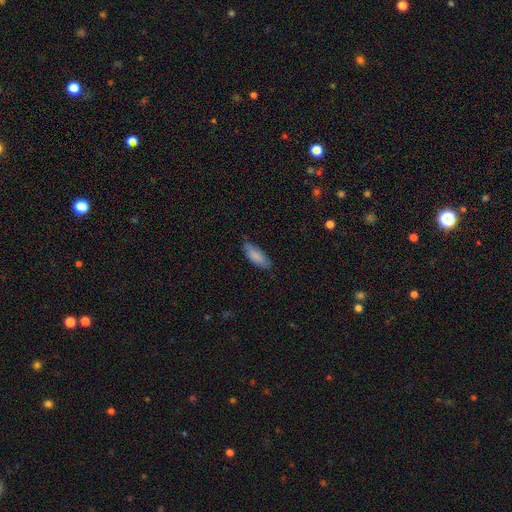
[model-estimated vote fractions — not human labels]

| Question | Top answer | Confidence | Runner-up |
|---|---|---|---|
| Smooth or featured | smooth | 86% | featured or disk (8%) |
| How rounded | in between | 72% | cigar-shaped (26%) |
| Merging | none | 76% | minor disturbance (20%) |